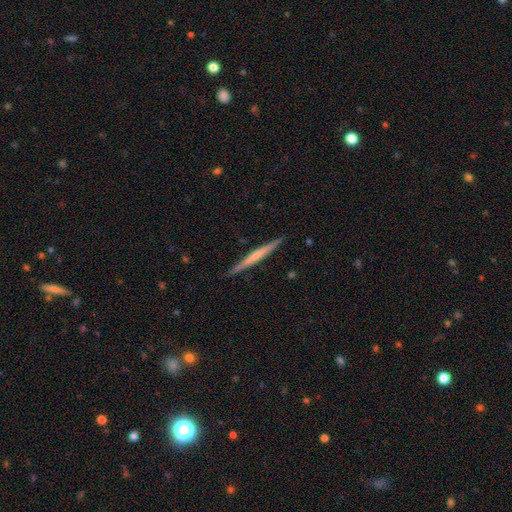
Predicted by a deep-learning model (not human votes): The model was most divided on "smooth or featured": featured or disk: 55%, smooth: 40%, star or artifact: 5%. More confident: edge-on disk — yes (98%); merging — none (91%); edge-on bulge — none (67%).